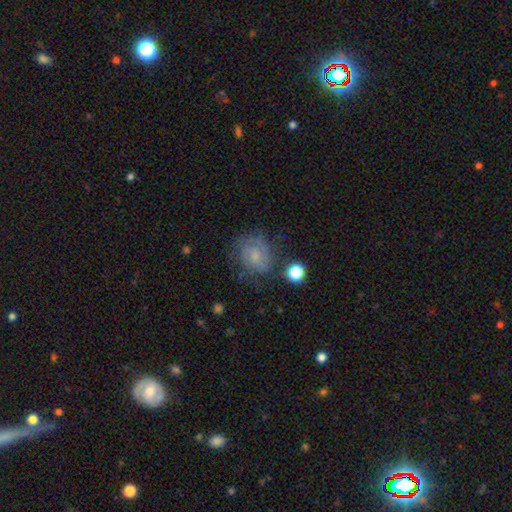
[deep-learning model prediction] smooth 46%, featured or disk 43%, star or artifact 11%. Down the decision tree: merging — none (59%).